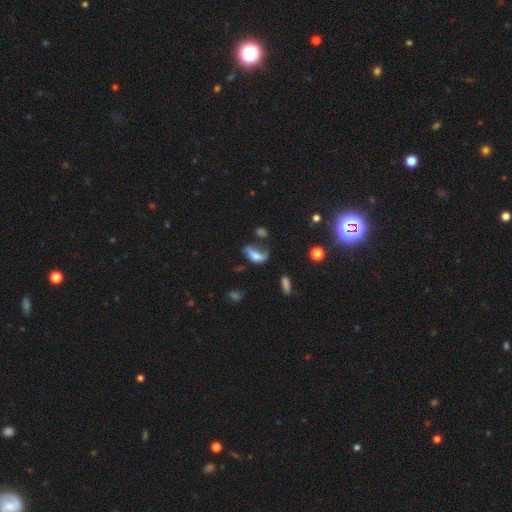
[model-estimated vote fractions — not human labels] smooth-or-featured: smooth: 54% | featured or disk: 34% | star or artifact: 12%
  how-rounded: in between: 80% | cigar-shaped: 13% | round: 7%
  merging: major disturbance: 38% | none: 25% | minor disturbance: 25% | merger: 12%